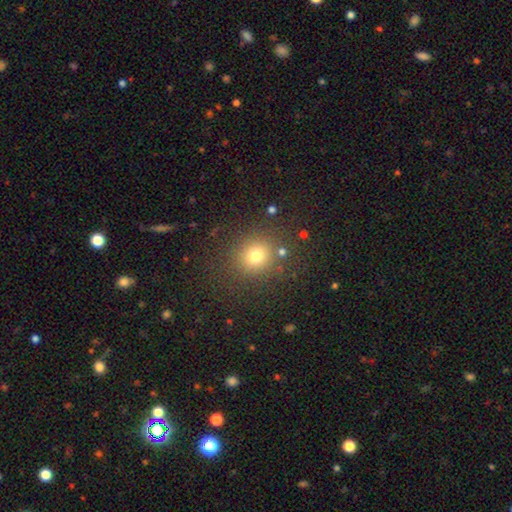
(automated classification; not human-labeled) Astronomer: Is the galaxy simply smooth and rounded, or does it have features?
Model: smooth — 74%.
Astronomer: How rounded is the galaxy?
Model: round — 85%.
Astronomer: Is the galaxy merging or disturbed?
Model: none — 84%.